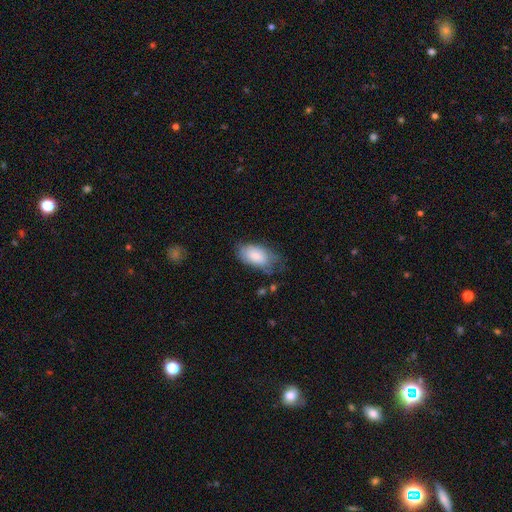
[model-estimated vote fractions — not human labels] This is likely a smooth galaxy (75%). How rounded: clearly in between (93%). Merging: possibly none (49%).